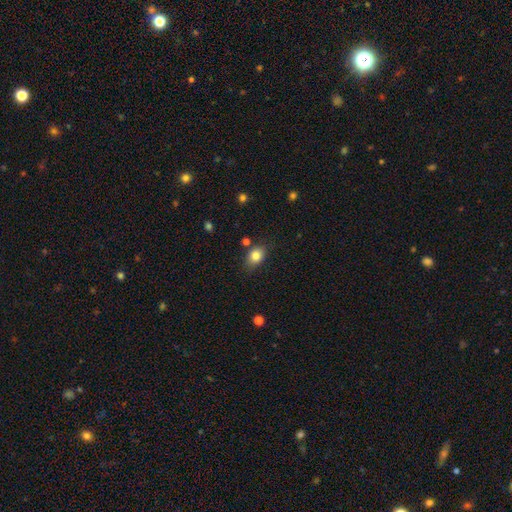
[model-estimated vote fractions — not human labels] Q: Smooth or featured?
A: smooth (83%); runner-up: star or artifact (10%)
Q: How rounded?
A: in between (68%); runner-up: round (30%)
Q: Merging?
A: none (76%); runner-up: minor disturbance (16%)